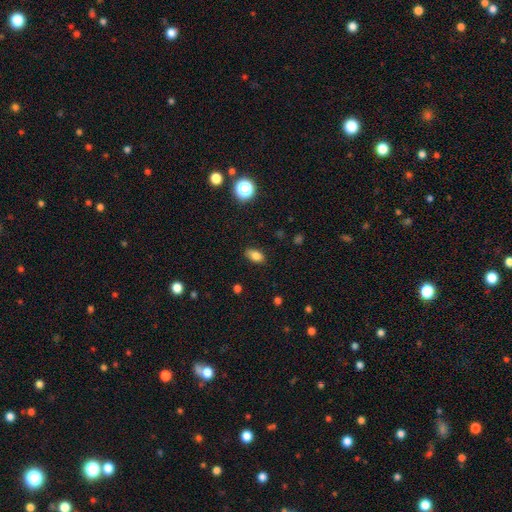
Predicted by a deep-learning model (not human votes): Q: Smooth or featured?
A: smooth (82%); runner-up: star or artifact (11%)
Q: How rounded?
A: in between (87%); runner-up: round (9%)
Q: Merging?
A: none (85%); runner-up: minor disturbance (11%)